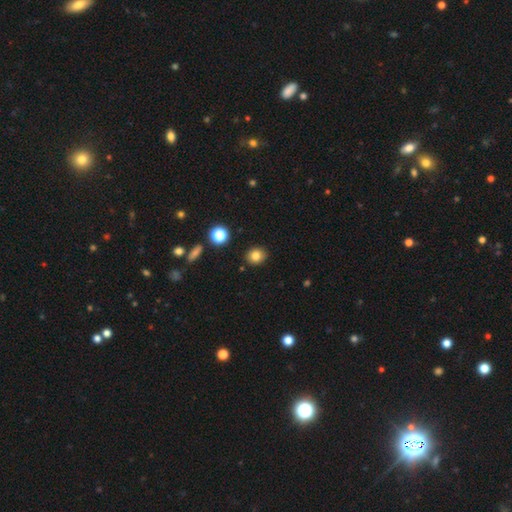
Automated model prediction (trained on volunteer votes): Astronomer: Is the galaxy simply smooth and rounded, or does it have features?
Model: smooth — 81%.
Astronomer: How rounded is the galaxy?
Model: round — 71%.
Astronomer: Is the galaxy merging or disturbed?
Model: none — 88%.